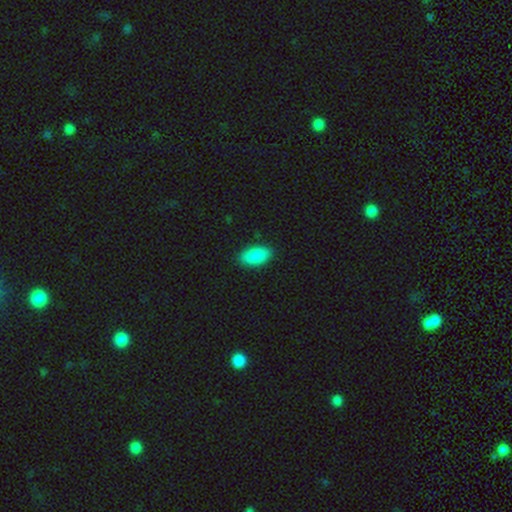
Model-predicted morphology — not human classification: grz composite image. It shows a smooth galaxy with no disk features (90%) that is in between round and cigar-shaped (94%). Merging: none (88%).